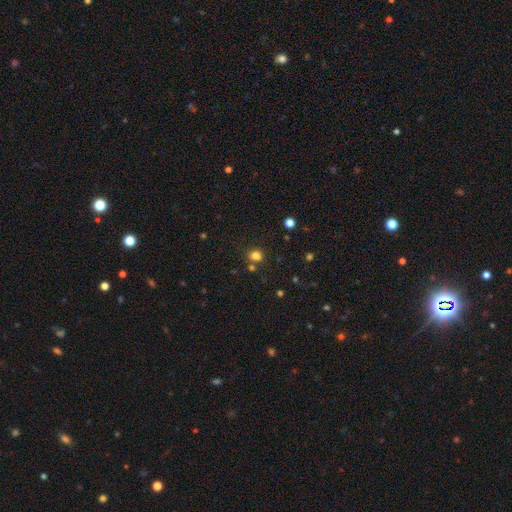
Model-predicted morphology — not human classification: Smooth or featured? Predicted: smooth (p=0.78). How rounded? Predicted: round (p=0.68). Merging? Predicted: none (p=0.72).